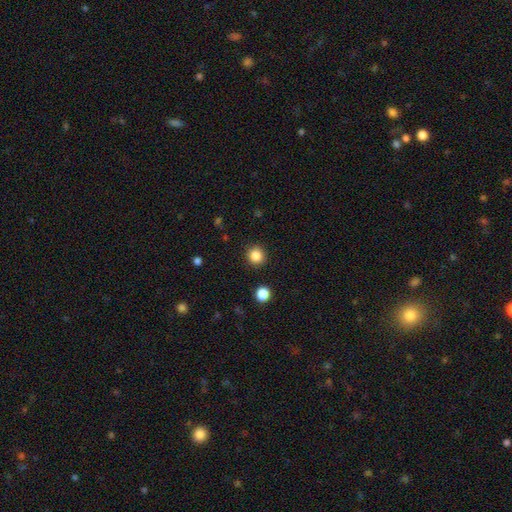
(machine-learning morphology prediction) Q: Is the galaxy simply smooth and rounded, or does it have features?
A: smooth — 85%.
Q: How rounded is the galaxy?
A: round — 93%.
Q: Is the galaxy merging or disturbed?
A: none — 91%.